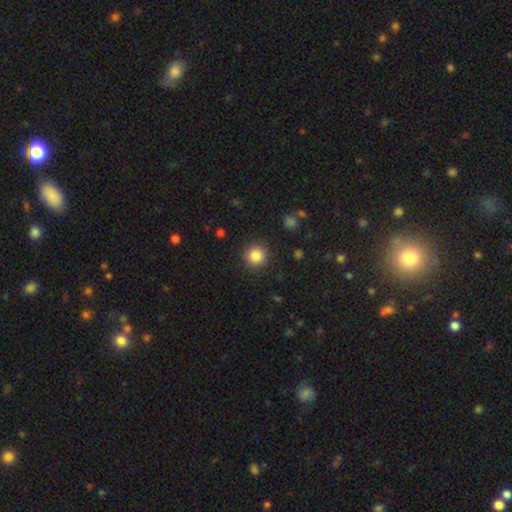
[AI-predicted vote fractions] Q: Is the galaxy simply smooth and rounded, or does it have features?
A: smooth — 85%.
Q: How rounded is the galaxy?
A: round — 94%.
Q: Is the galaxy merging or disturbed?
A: none — 90%.